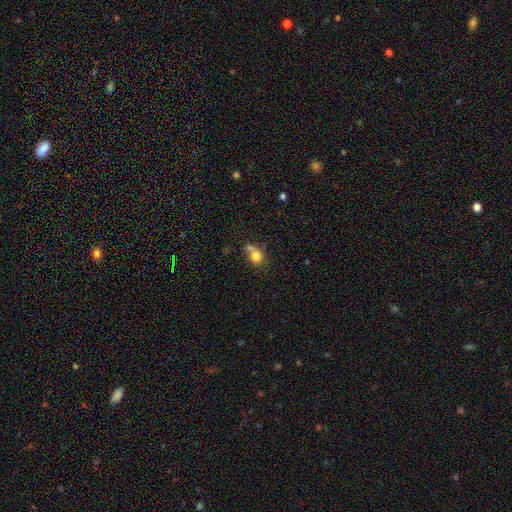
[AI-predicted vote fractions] This is likely a smooth galaxy (79%). How rounded: likely round (72%). Merging: marginally none (42%).